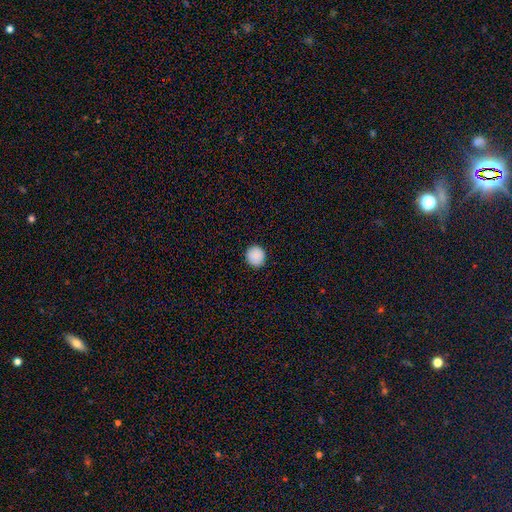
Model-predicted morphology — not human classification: This appears to be a smooth galaxy with no disk features (89%) that is round (90%). Merging: none (92%).